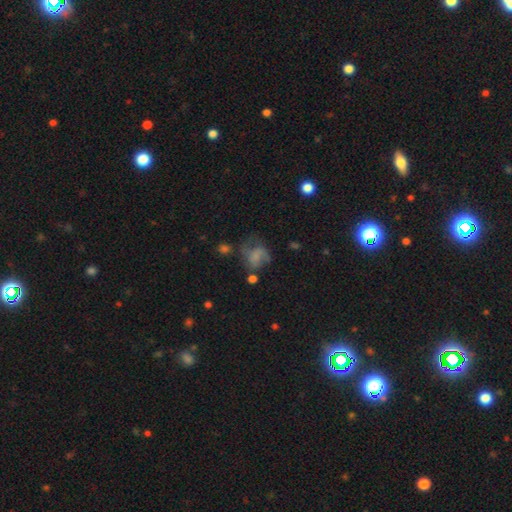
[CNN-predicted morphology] smooth_or_featured: smooth (p=0.51) [alt: featured or disk p=0.34]
how_rounded: in between (p=0.50) [alt: round p=0.49]
merging: major disturbance (p=0.37) [alt: none p=0.32]